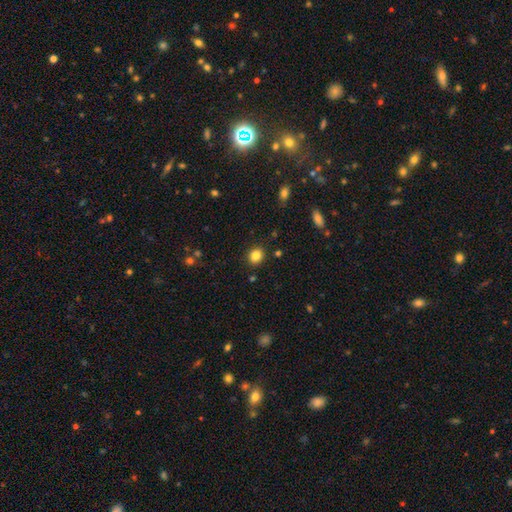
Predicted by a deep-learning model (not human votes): Smooth or featured?
  - smooth: 84% *
  - star or artifact: 11%
  - featured or disk: 5%
How rounded?
  - round: 68% *
  - in between: 31%
  - cigar-shaped: 1%
Merging?
  - none: 89% *
  - minor disturbance: 7%
  - major disturbance: 2%
  - merger: 2%